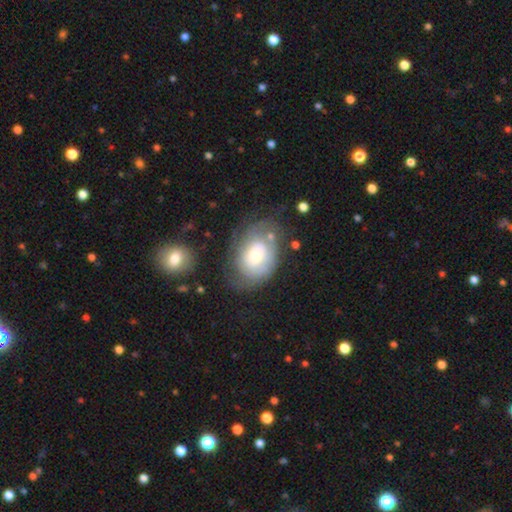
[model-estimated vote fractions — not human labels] Smooth or featured? Predicted: featured or disk (p=0.48). Merging? Predicted: none (p=0.55).